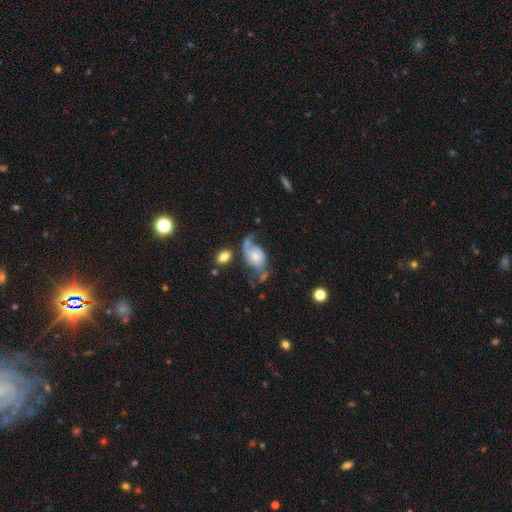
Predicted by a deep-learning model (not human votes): smooth-or-featured: featured or disk: 67% | smooth: 26% | star or artifact: 7%
  disk-edge-on: no: 96% | yes: 4%
    bar: no: 74% | weak: 22% | strong: 4%
    has-spiral-arms: yes: 85% | no: 15%
      spiral-winding: loose: 50% | medium: 33% | tight: 17%
      spiral-arm-count: 2: 53% | 1: 35% | can't tell: 8% | 3: 2% | 4: 1% | more than 4: 1%
    bulge-size: moderate: 43% | small: 39% | large: 9% | none: 6% | dominant: 2%
  merging: major disturbance: 34% | none: 31% | minor disturbance: 23% | merger: 12%